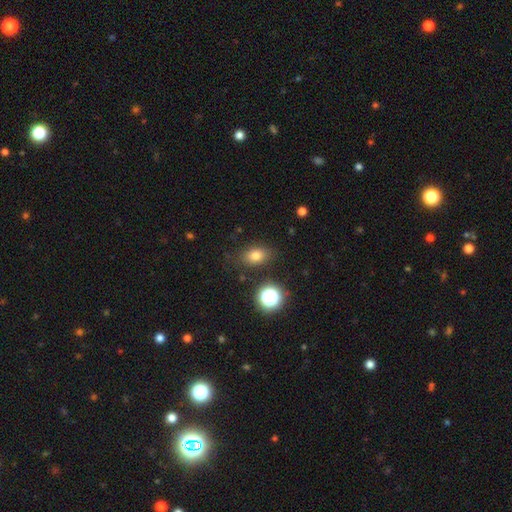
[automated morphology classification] smooth-or-featured: smooth: 76% | star or artifact: 14% | featured or disk: 10%
  how-rounded: in between: 74% | round: 24% | cigar-shaped: 2%
  merging: none: 81% | minor disturbance: 12% | major disturbance: 4% | merger: 3%